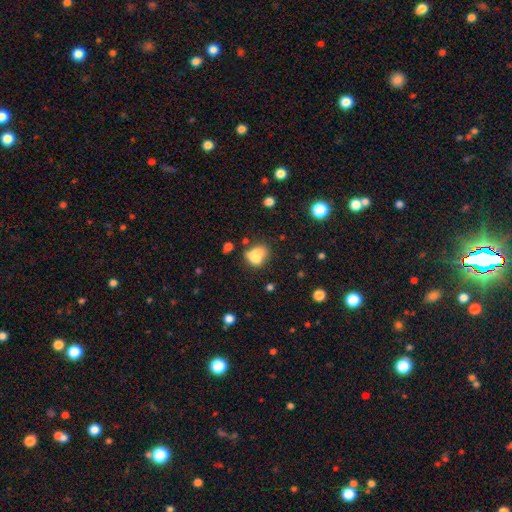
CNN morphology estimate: Smooth or featured: smooth — 69% (featured or disk — 19%)
How rounded: in between — 58% (round — 40%)
Merging: merger — 39% (none — 31%)